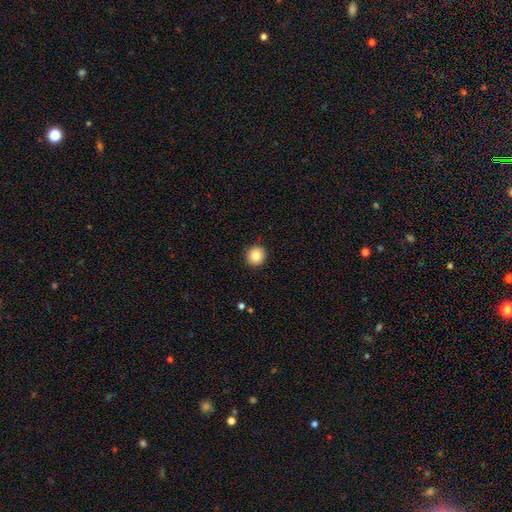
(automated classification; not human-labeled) The model was most divided on "smooth or featured": smooth: 85%, star or artifact: 9%, featured or disk: 6%. More confident: how rounded — round (94%); merging — none (92%).